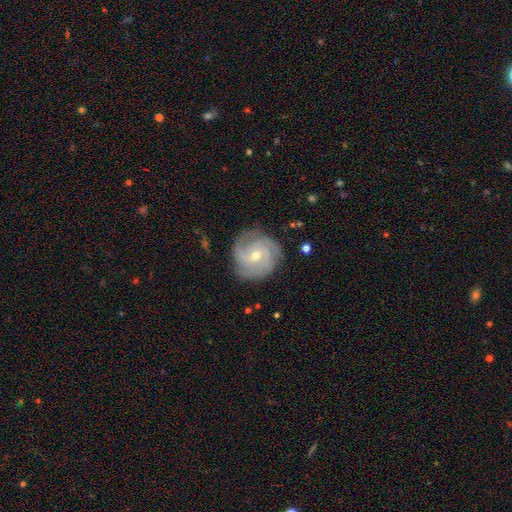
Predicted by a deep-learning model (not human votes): featured or disk 87%, smooth 8%, star or artifact 5%. Down the decision tree: edge-on disk — no (98%); bar — no (57%); spiral arms — yes (98%); spiral arm count — 3 (48%); spiral winding — tight (64%); bulge size — small (49%, tied with moderate); merging — none (81%).